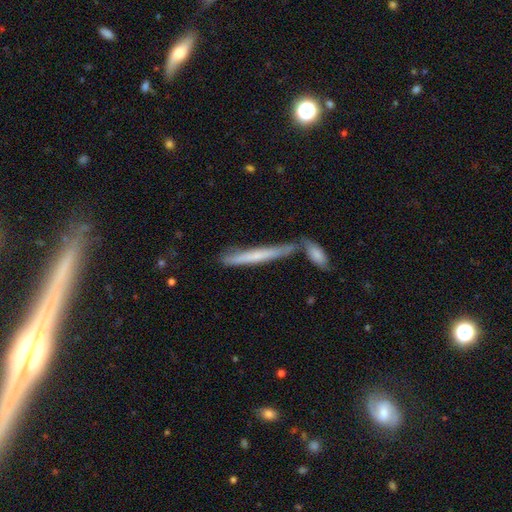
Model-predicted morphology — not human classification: smooth_or_featured: smooth (p=0.54) [alt: featured or disk p=0.40]
how_rounded: cigar-shaped (p=0.95) [alt: in between p=0.04]
merging: none (p=0.61) [alt: merger p=0.22]